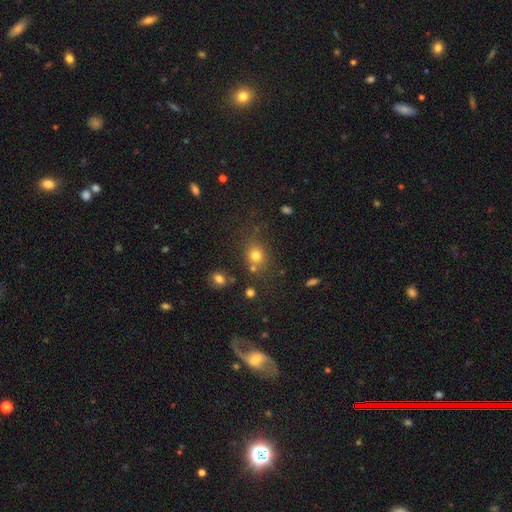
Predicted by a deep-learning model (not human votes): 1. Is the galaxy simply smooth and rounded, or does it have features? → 74% smooth, 17% star or artifact, 9% featured or disk.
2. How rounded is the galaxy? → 71% round, 27% in between, 1% cigar-shaped.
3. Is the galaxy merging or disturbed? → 68% none, 13% merger, 13% minor disturbance, 6% major disturbance.